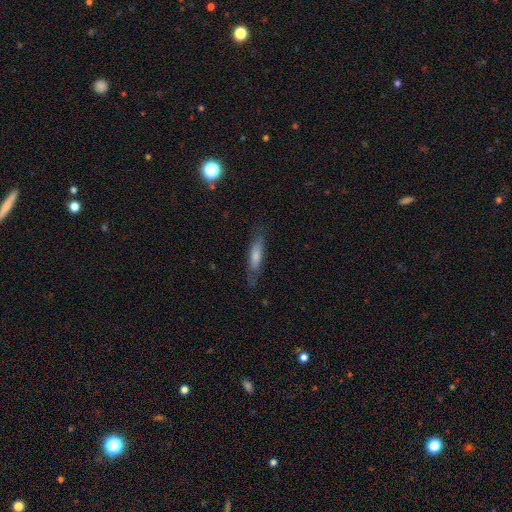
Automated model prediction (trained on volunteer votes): The model was most divided on "smooth or featured": smooth: 51%, featured or disk: 40%, star or artifact: 9%. More confident: merging — none (78%); how rounded — cigar-shaped (77%).